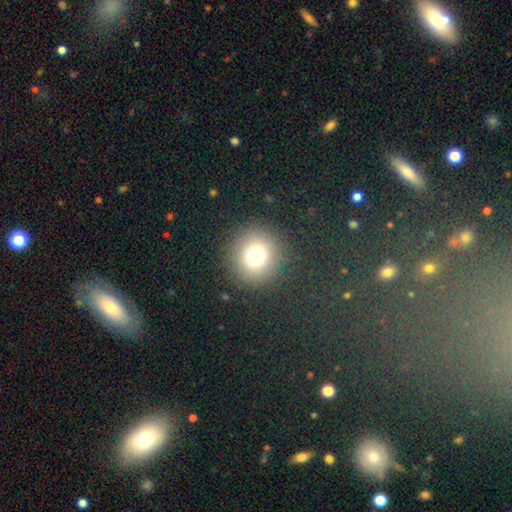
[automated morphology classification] type=smooth (73%); roundness=round (92%); merging=none (87%).